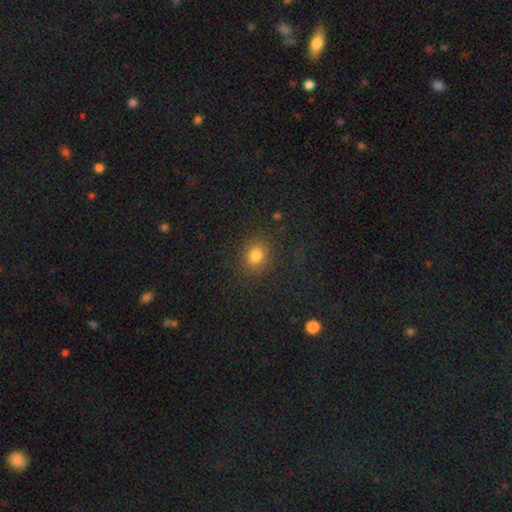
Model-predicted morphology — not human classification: Smooth or featured: smooth — 78% (star or artifact — 16%)
How rounded: round — 67% (in between — 32%)
Merging: none — 86% (minor disturbance — 8%)